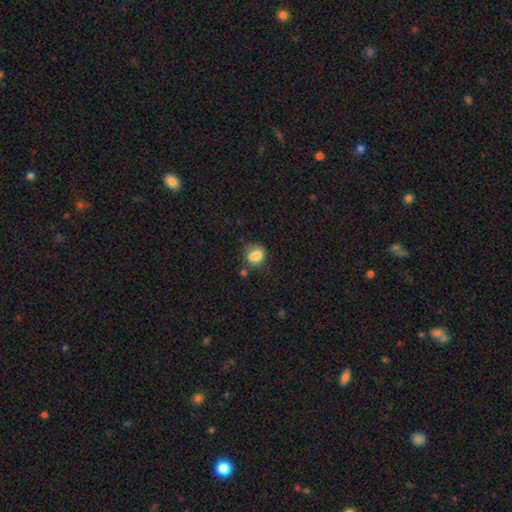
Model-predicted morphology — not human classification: This appears to be a smooth galaxy with no disk features (77%) that is round (62%). Merging: none (48%).